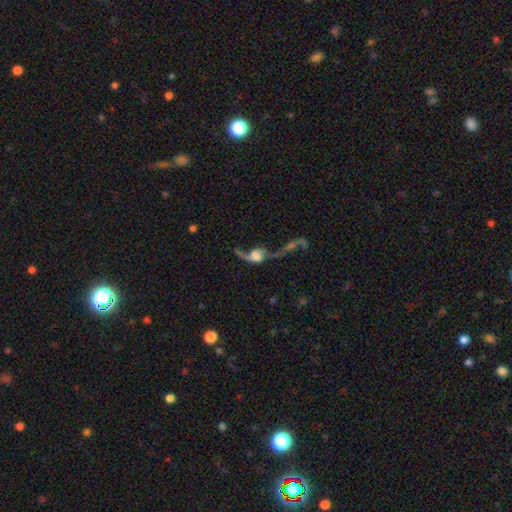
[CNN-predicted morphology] Overall: featured or disk (62%; smooth 26%). Edge-on disk: no (84%). Bar: no (70%). Spiral arms: yes (63%; no 37%). Bulge size: large (31%; none 28%). Merging: merger (51%; major disturbance 26%).